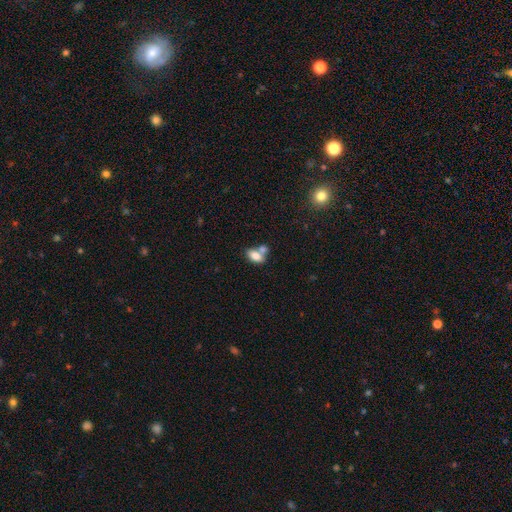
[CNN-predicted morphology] Q: Smooth or featured?
A: smooth (78%); runner-up: featured or disk (14%)
Q: How rounded?
A: in between (89%); runner-up: round (7%)
Q: Merging?
A: merger (50%); runner-up: none (36%)